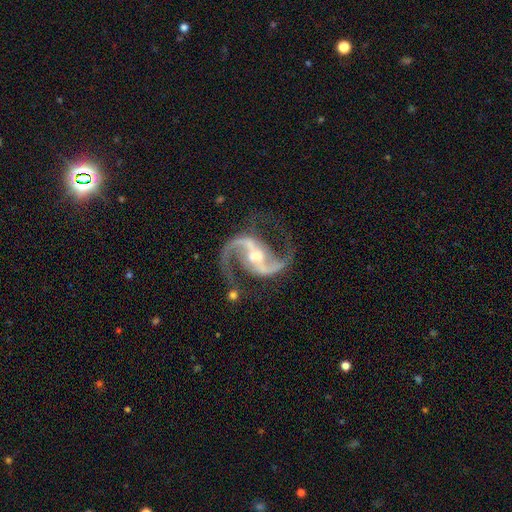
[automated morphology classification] Overall: featured or disk (94%). Edge-on disk: no (98%). Bar: strong (48%; weak 35%). Spiral arms: yes (98%). Spiral arm count: 2 (94%). Spiral winding: medium (55%; loose 37%). Bulge size: moderate (55%; small 39%). Merging: none (75%).